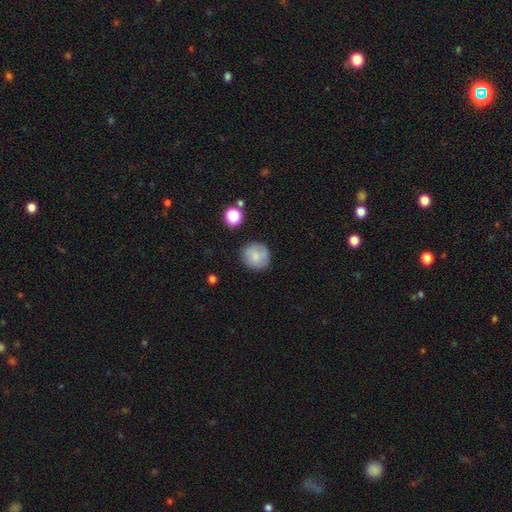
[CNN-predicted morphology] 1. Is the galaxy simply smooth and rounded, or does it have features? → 79% smooth, 13% featured or disk, 9% star or artifact.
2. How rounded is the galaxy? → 91% round, 8% in between, 1% cigar-shaped.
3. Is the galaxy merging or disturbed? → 80% none, 13% minor disturbance, 4% major disturbance, 3% merger.